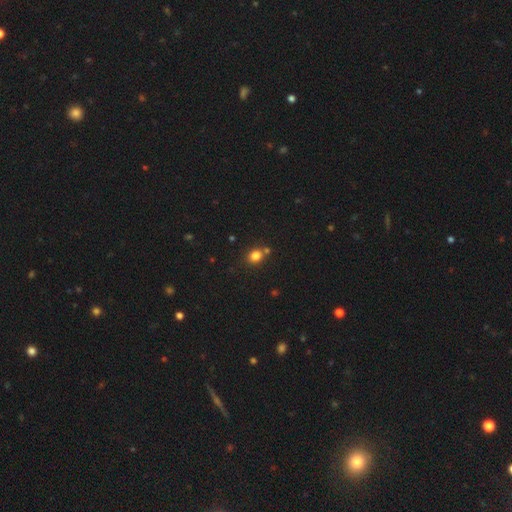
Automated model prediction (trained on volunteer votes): The model was most divided on "how rounded": round: 63%, in between: 36%, cigar-shaped: 1%. More confident: smooth or featured — smooth (81%); merging — none (69%).